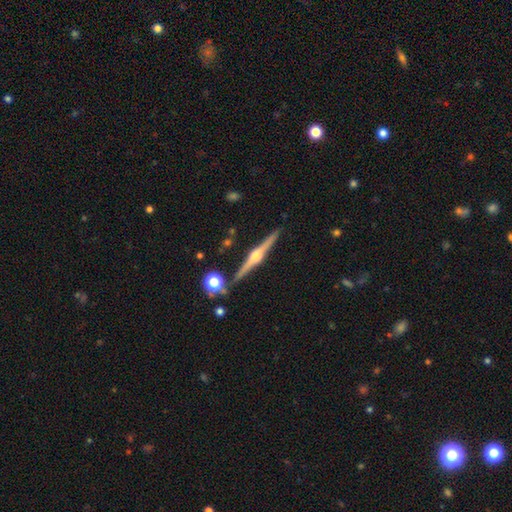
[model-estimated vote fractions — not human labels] smooth_or_featured: featured or disk (p=0.85) [alt: smooth p=0.09]
disk_edge_on: yes (p=0.98) [alt: no p=0.02]
edge_on_bulge: rounded (p=0.94) [alt: boxy p=0.04]
merging: none (p=0.89) [alt: minor disturbance p=0.07]